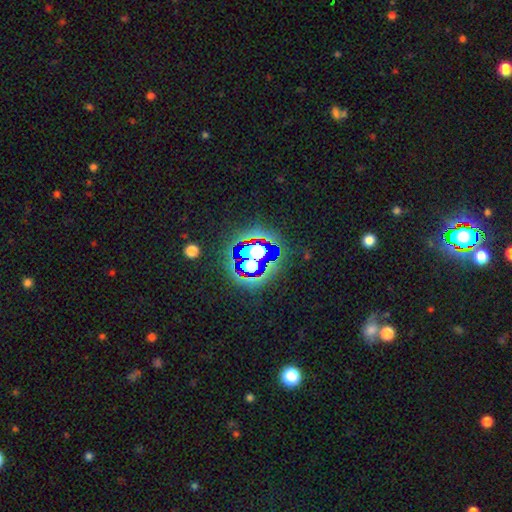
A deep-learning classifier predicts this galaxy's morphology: smooth_or_featured: star or artifact (p=0.64) [alt: smooth p=0.19]